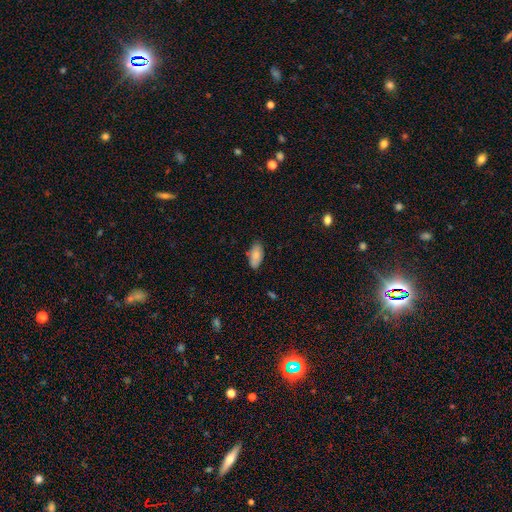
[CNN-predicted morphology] A smooth galaxy with no disk features (84%) that is in between round and cigar-shaped (92%). Merging: none (82%).